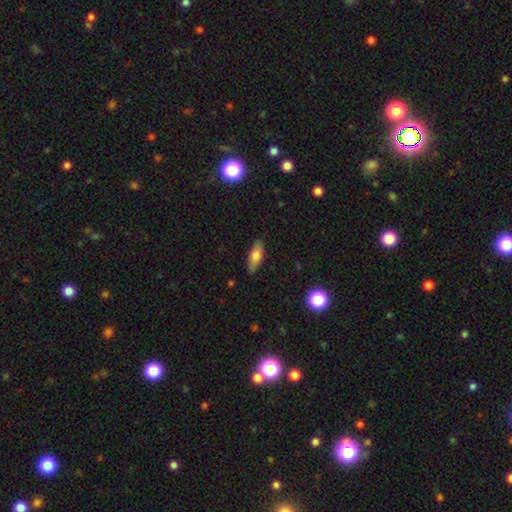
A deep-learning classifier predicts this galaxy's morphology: smooth-or-featured: smooth: 74% | featured or disk: 19% | star or artifact: 7%
  how-rounded: in between: 71% | cigar-shaped: 26% | round: 3%
  merging: none: 86% | minor disturbance: 11% | major disturbance: 2% | merger: 1%